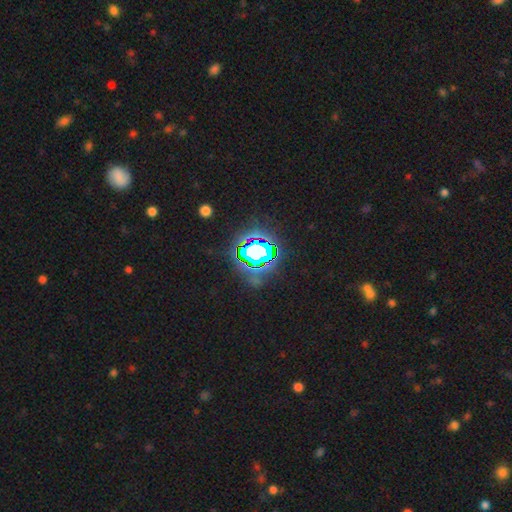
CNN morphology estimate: A star or artifact, not a galaxy (76%).

Vote fractions:
- Smooth or featured? star or artifact: 76% / smooth: 14% / featured or disk: 10%